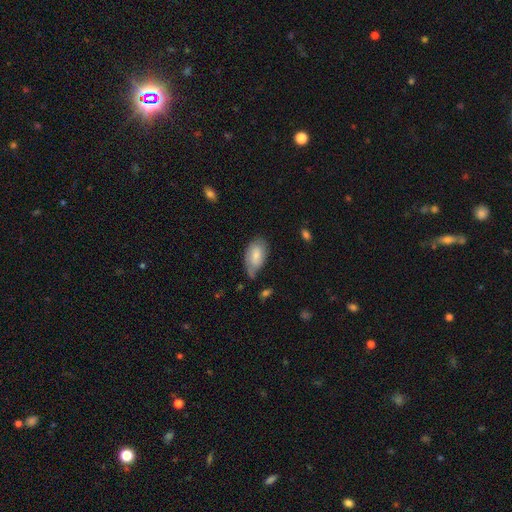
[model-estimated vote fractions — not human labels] This is likely a smooth galaxy (71%). How rounded: clearly in between (94%). Merging: possibly none (47%).